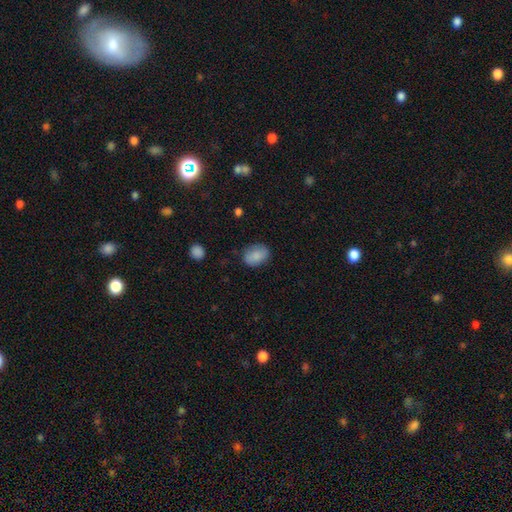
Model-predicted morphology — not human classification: Overall: smooth (86%). How rounded: in between (75%). Merging: none (76%).